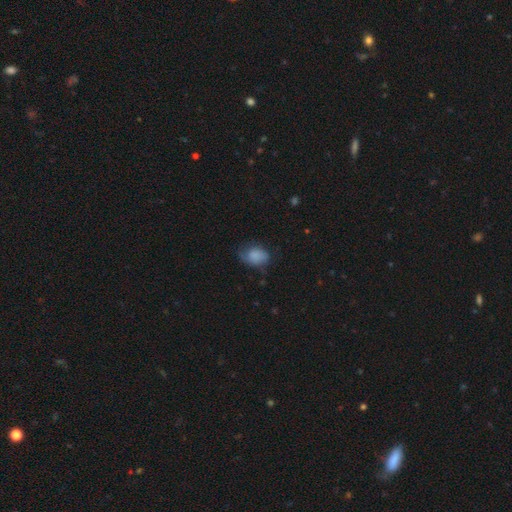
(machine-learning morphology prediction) A smooth galaxy with no disk features (80%) that is in between round and cigar-shaped (69%). Merging: none (52%).